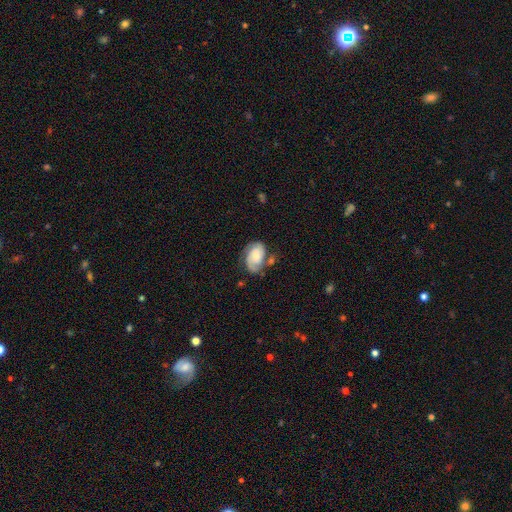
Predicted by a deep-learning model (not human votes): smooth_or_featured: featured or disk (p=0.54) [alt: smooth p=0.38]
disk_edge_on: no (p=0.97) [alt: yes p=0.03]
bar: no (p=0.69) [alt: weak p=0.25]
has_spiral_arms: yes (p=0.88) [alt: no p=0.12]
bulge_size: small (p=0.34) [alt: moderate p=0.24]
merging: none (p=0.51) [alt: minor disturbance p=0.25]